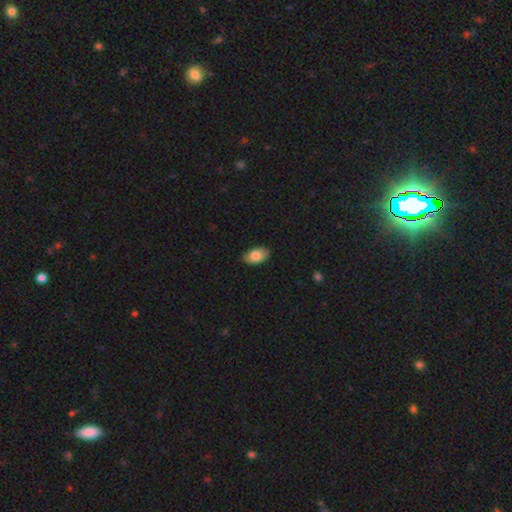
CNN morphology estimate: type=smooth (83%); roundness=in between (93%); merging=none (86%).